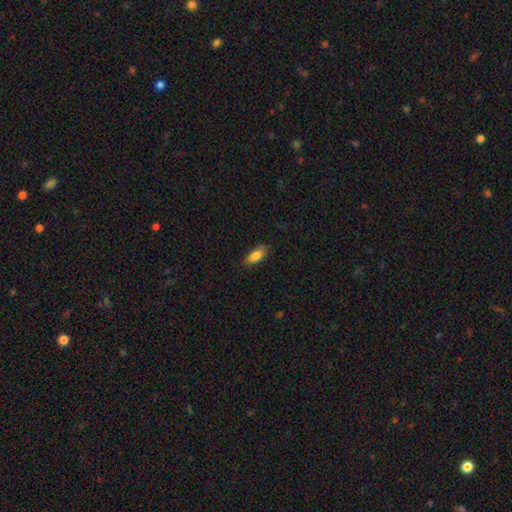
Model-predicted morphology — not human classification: smooth 84%, featured or disk 9%, star or artifact 7%. Down the decision tree: how rounded — in between (83%); merging — none (80%).